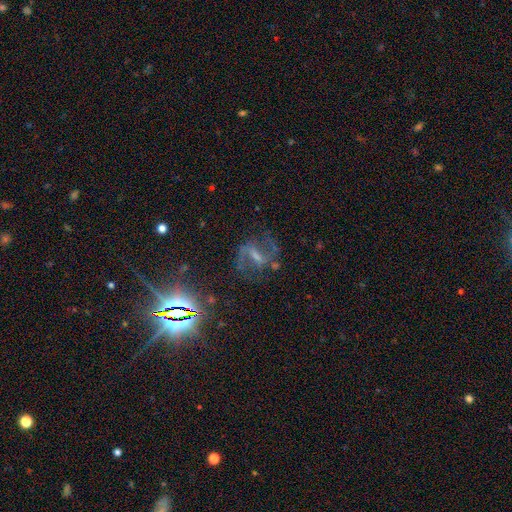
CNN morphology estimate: Smooth or featured: featured or disk — 69% (star or artifact — 22%)
Edge-on disk: no — 94% (yes — 6%)
Bar: strong — 56% (weak — 34%)
Spiral arms: yes — 89% (no — 11%)
Spiral winding: medium — 51% (loose — 34%)
Spiral arm count: 2 — 87% (can't tell — 7%)
Bulge size: small — 41% (moderate — 28%)
Merging: none — 71% (minor disturbance — 14%)